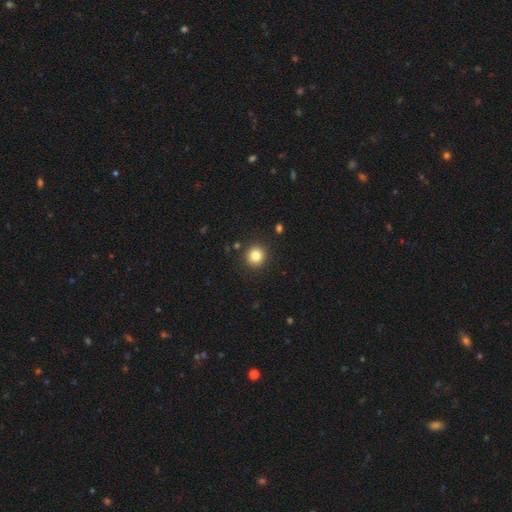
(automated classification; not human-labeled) Overall: smooth (83%). How rounded: round (92%). Merging: none (90%).